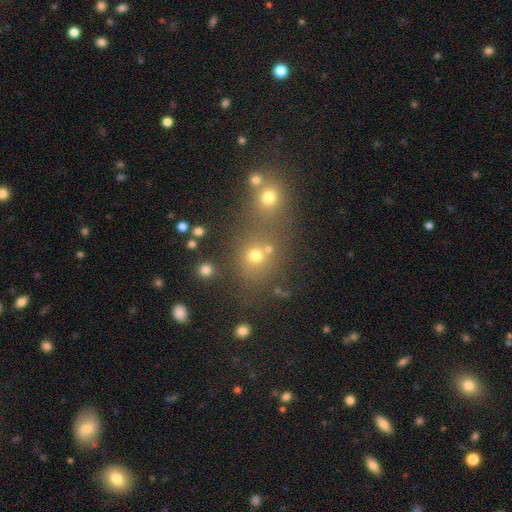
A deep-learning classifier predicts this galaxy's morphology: smooth-or-featured: smooth: 70% | star or artifact: 20% | featured or disk: 10%
  how-rounded: round: 78% | in between: 21% | cigar-shaped: 1%
  merging: none: 49% | merger: 38% | minor disturbance: 8% | major disturbance: 5%